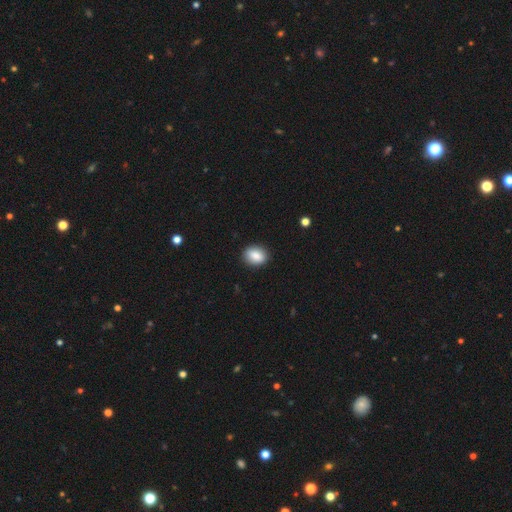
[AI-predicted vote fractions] This appears to be a smooth galaxy with no disk features (86%) that is in between round and cigar-shaped (61%). Merging: none (89%).